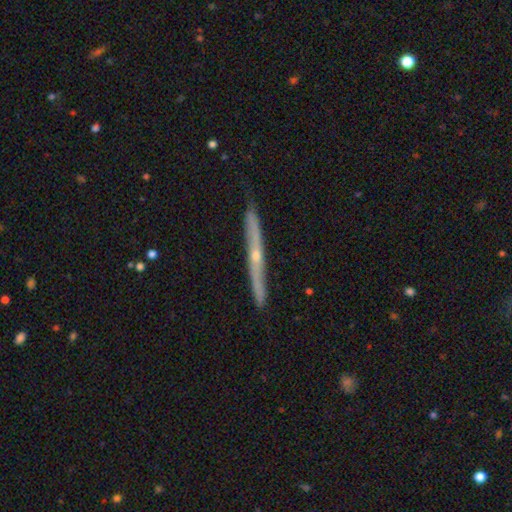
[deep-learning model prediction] Overall: featured or disk (73%). Edge-on disk: yes (95%). Edge-on bulge: rounded (71%). Merging: none (86%).